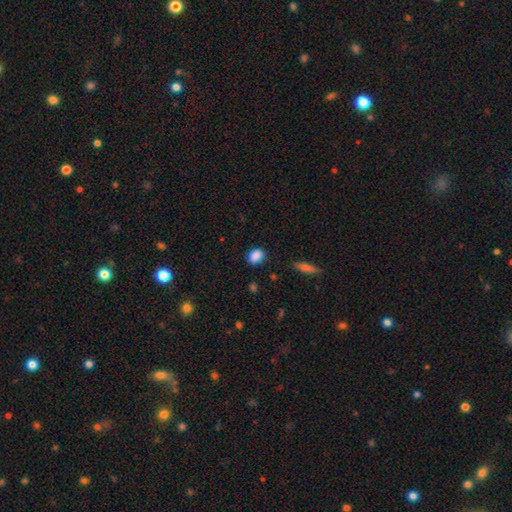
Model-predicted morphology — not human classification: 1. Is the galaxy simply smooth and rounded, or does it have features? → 87% smooth, 9% star or artifact, 4% featured or disk.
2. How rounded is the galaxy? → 64% in between, 34% round, 2% cigar-shaped.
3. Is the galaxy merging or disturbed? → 81% none, 14% minor disturbance, 3% major disturbance, 2% merger.